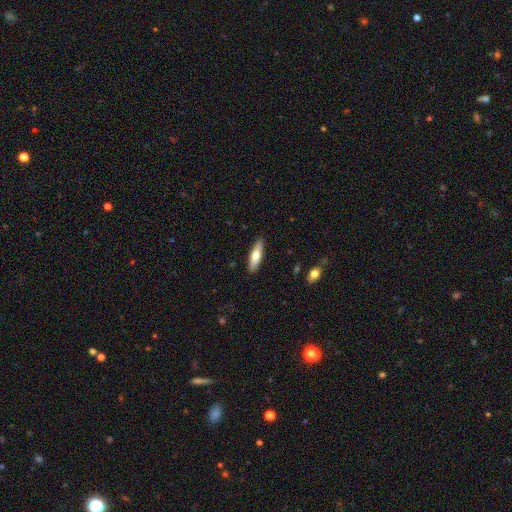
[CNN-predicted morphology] This is likely a smooth galaxy (69%). How rounded: likely cigar-shaped (63%). Merging: clearly none (89%).